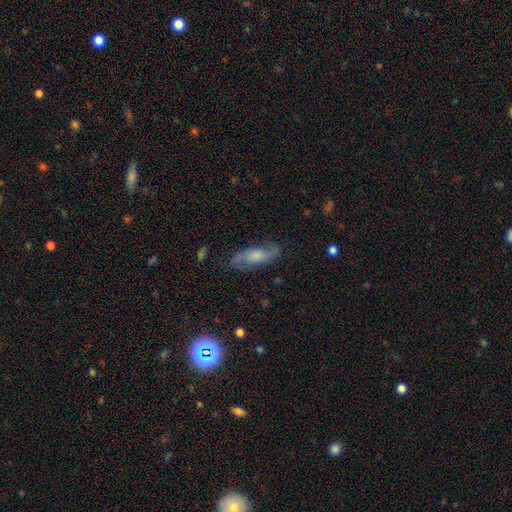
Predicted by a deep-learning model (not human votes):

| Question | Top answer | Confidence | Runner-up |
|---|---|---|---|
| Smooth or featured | featured or disk | 70% | smooth (22%) |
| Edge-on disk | no | 86% | yes (14%) |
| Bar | no | 57% | weak (34%) |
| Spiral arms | yes | 92% | no (8%) |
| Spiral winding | medium | 43% | loose (41%) |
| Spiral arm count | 2 | 88% | can't tell (6%) |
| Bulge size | moderate | 33% | large (23%) |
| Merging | none | 75% | minor disturbance (16%) |